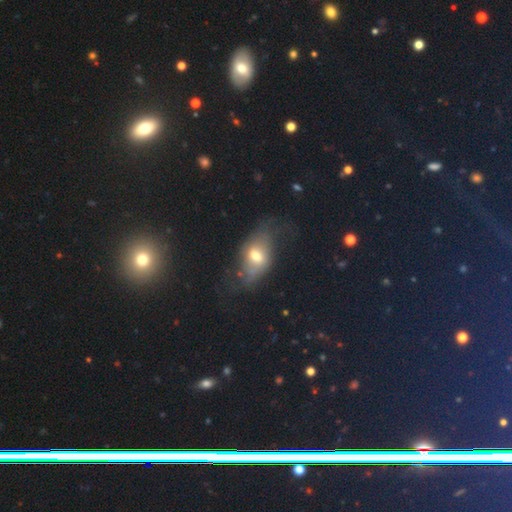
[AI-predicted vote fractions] The model was most divided on "merging": none: 40%, major disturbance: 31%, minor disturbance: 26%, merger: 4%. More confident: how rounded — in between (83%); smooth or featured — smooth (54%).